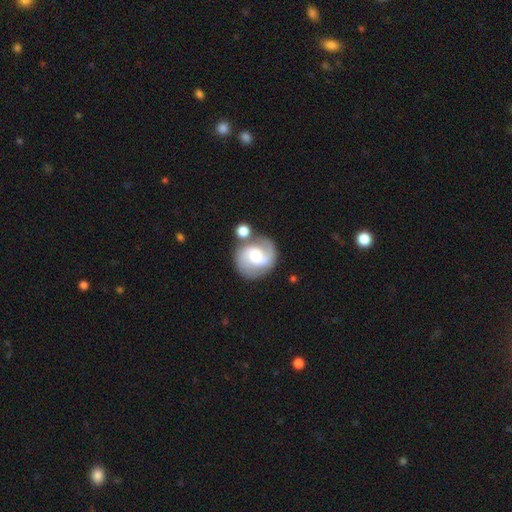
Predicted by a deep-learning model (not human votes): This is likely a featured or disk galaxy (75%). It is clearly not viewed edge-on (98%). Bar: marginally no (45%). Spiral arm pattern: clearly yes (93%). Spiral arm count: clearly 2 (88%). Spiral winding: possibly medium (53%). Central bulge: likely moderate (61%). Merging: likely none (67%).